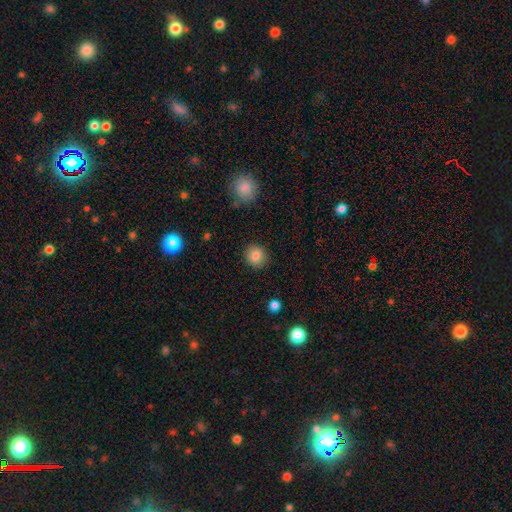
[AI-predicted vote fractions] smooth 84%, star or artifact 10%, featured or disk 7%. Down the decision tree: how rounded — round (87%); merging — none (90%).